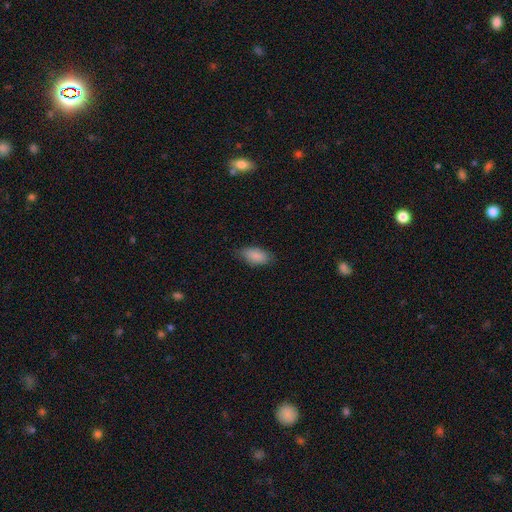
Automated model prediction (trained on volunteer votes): Smooth or featured? smooth (88%)
How rounded? in between (90%)
Merging? none (80%)